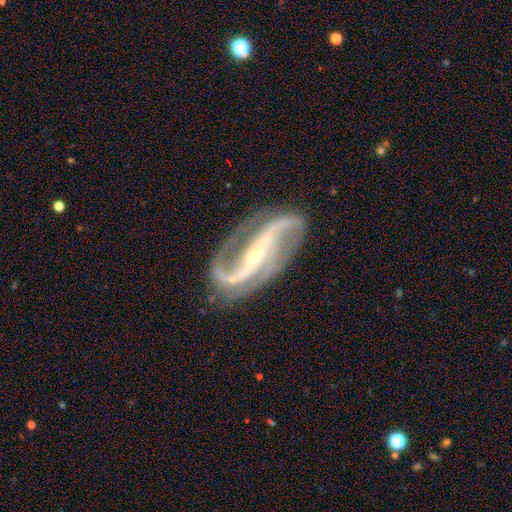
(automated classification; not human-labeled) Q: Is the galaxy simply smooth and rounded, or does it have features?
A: featured or disk — 92%.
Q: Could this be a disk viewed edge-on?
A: no — 96%.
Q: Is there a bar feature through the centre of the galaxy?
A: strong — 57%.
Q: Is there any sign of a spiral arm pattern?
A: yes — 98%.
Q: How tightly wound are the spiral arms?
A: medium — 47%.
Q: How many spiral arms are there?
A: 2 — 89%.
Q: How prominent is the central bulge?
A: small — 74%.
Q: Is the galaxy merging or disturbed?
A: none — 78%.